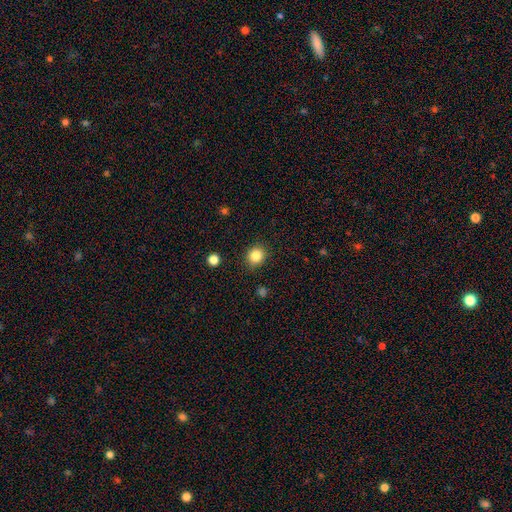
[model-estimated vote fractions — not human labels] smooth_or_featured: smooth (p=0.84) [alt: star or artifact p=0.11]
how_rounded: round (p=0.83) [alt: in between p=0.16]
merging: none (p=0.89) [alt: minor disturbance p=0.07]